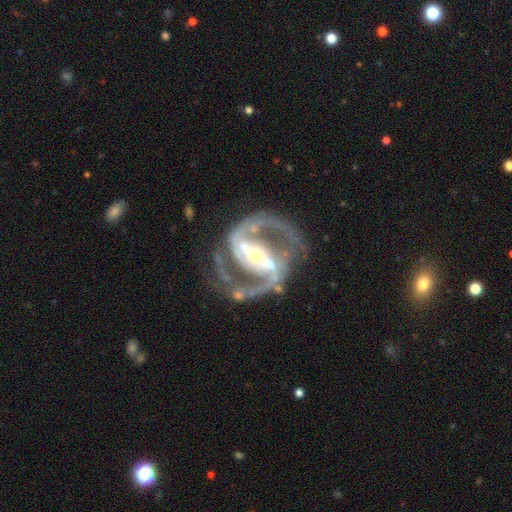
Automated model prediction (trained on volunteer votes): Smooth or featured: featured or disk — 92% (star or artifact — 5%)
Edge-on disk: no — 98% (yes — 2%)
Bar: strong — 64% (weak — 24%)
Spiral arms: yes — 98% (no — 2%)
Spiral winding: medium — 62% (tight — 23%)
Spiral arm count: 2 — 92% (3 — 3%)
Bulge size: moderate — 47% (small — 46%)
Merging: none — 67% (minor disturbance — 16%)